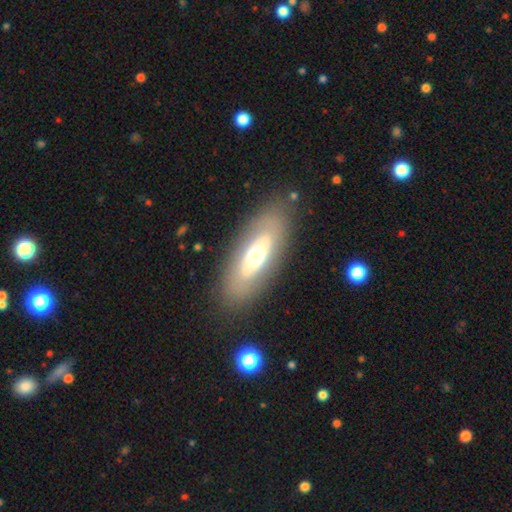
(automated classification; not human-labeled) Q: Smooth or featured?
A: featured or disk (47%); tied with: smooth (47%)
Q: Merging?
A: none (83%); runner-up: minor disturbance (10%)